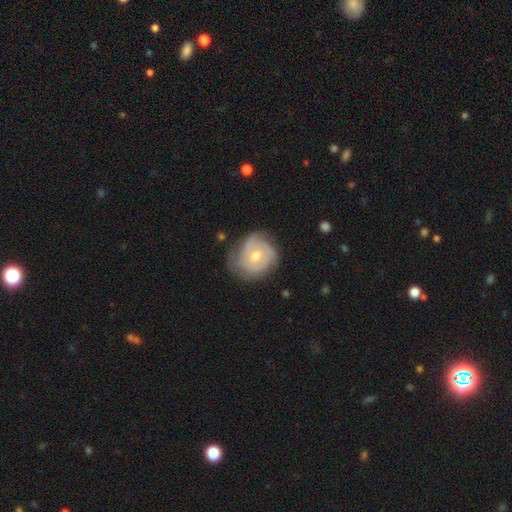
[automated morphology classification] Smooth or featured? Predicted: featured or disk (p=0.66). Edge-on disk? Predicted: no (p=0.97). Bar? Predicted: no (p=0.73). Spiral arms? Predicted: yes (p=0.83). Spiral winding? Predicted: tight (p=0.65). Spiral arm count? Predicted: can't tell (p=0.38). Bulge size? Predicted: moderate (p=0.62). Merging? Predicted: none (p=0.60).